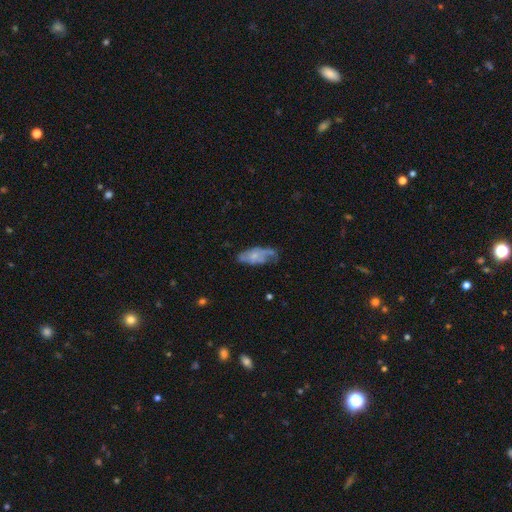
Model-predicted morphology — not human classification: A featured or disk galaxy (51%). Merging: none (41%).